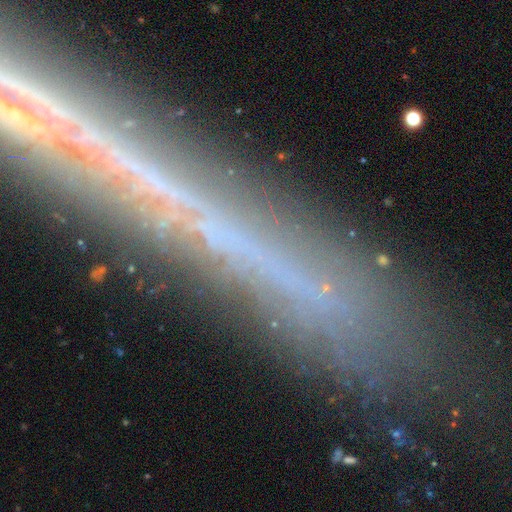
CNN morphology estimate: Smooth or featured? featured or disk (55%)
Edge-on disk? yes (85%)
Merging? none (79%)